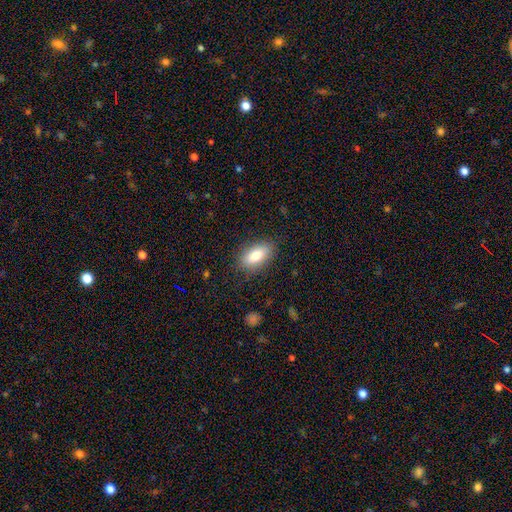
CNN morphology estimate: A smooth galaxy with no disk features (80%) that is in between round and cigar-shaped (87%).

Vote fractions:
- Smooth or featured? smooth: 80% / featured or disk: 12% / star or artifact: 7%
- How rounded? in between: 87% / cigar-shaped: 9% / round: 4%
- Merging? none: 84% / minor disturbance: 12% / major disturbance: 3% / merger: 1%